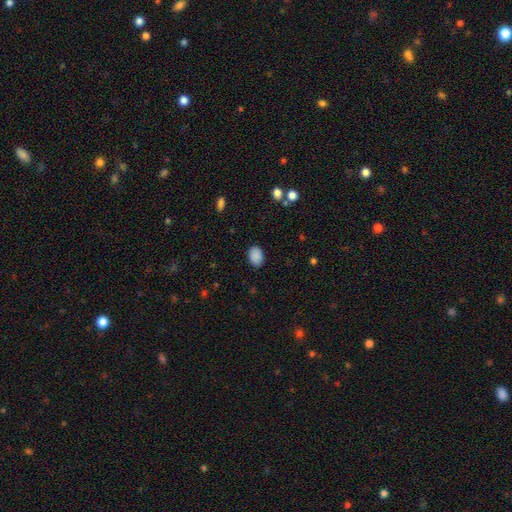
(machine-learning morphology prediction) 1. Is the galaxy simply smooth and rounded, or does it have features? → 89% smooth, 8% star or artifact, 3% featured or disk.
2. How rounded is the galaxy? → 76% in between, 23% round, 1% cigar-shaped.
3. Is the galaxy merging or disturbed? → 86% none, 10% minor disturbance, 3% major disturbance, 1% merger.